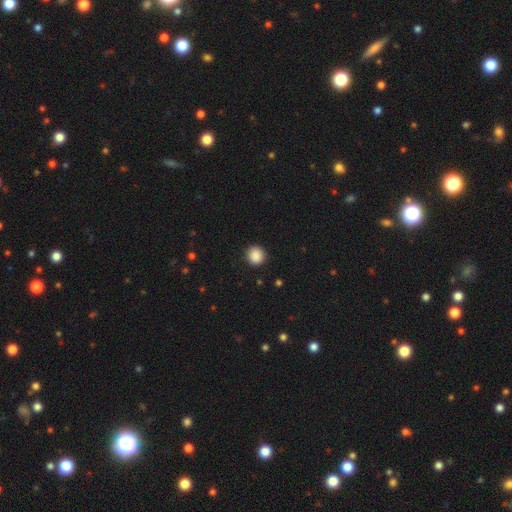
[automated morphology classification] smooth_or_featured: smooth (p=0.88) [alt: star or artifact p=0.09]
how_rounded: round (p=0.90) [alt: in between p=0.09]
merging: none (p=0.91) [alt: minor disturbance p=0.06]